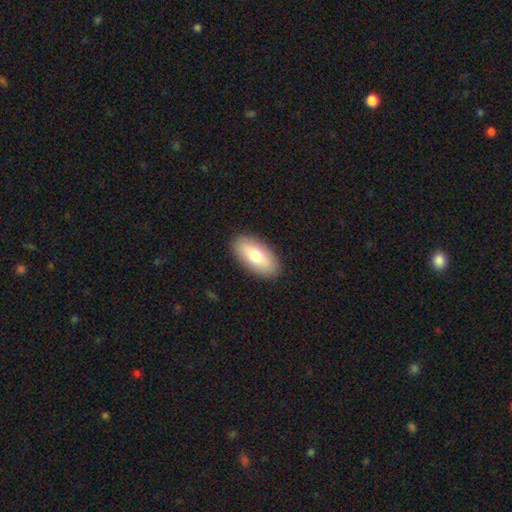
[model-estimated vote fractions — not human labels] Smooth or featured: smooth — 75% (featured or disk — 19%)
How rounded: in between — 92% (cigar-shaped — 6%)
Merging: none — 90% (minor disturbance — 7%)